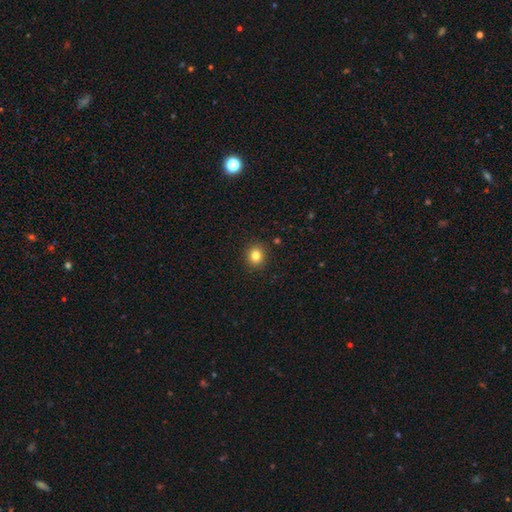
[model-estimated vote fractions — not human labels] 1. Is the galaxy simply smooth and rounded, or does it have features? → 82% smooth, 12% star or artifact, 6% featured or disk.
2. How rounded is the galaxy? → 85% round, 15% in between, 1% cigar-shaped.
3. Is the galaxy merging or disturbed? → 91% none, 6% minor disturbance, 2% major disturbance, 1% merger.